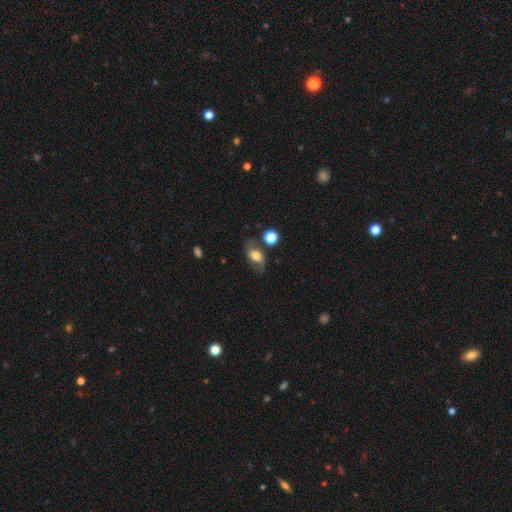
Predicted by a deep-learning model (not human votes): A smooth galaxy with no disk features (51%) that is in between round and cigar-shaped (77%).

Vote fractions:
- Smooth or featured? smooth: 51% / featured or disk: 40% / star or artifact: 10%
- How rounded? in between: 77% / round: 20% / cigar-shaped: 3%
- Merging? none: 67% / minor disturbance: 18% / major disturbance: 8% / merger: 7%